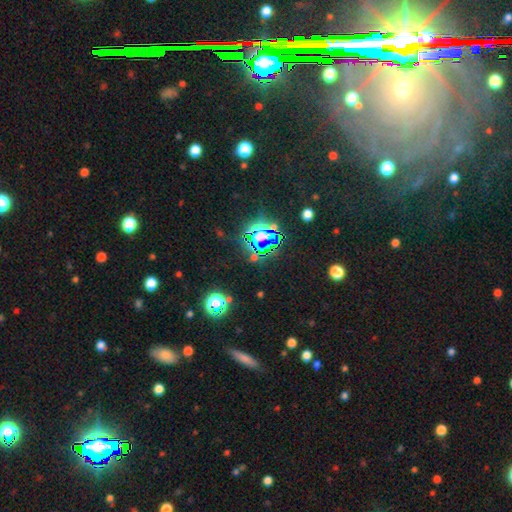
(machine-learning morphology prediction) smooth-or-featured: star or artifact: 75% | smooth: 16% | featured or disk: 9%